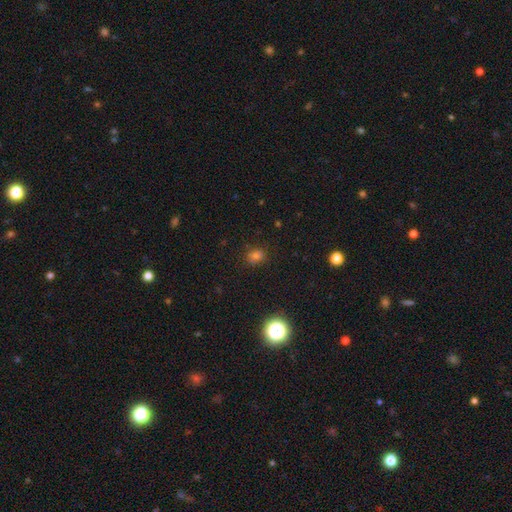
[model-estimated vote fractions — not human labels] This appears to be a smooth galaxy with no disk features (71%) that is round (62%). Merging: none (82%).